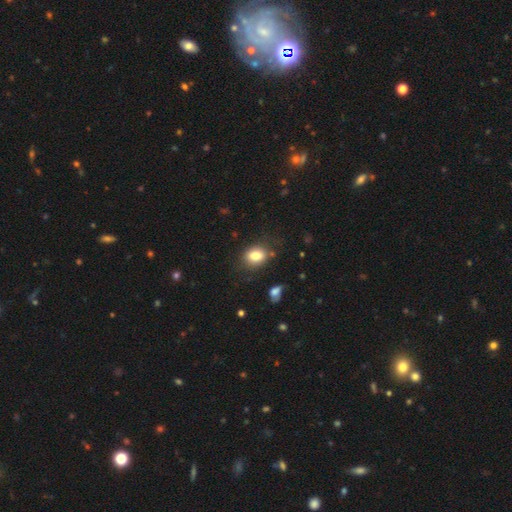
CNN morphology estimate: A smooth galaxy with no disk features (82%) that is in between round and cigar-shaped (60%). Merging: none (78%).